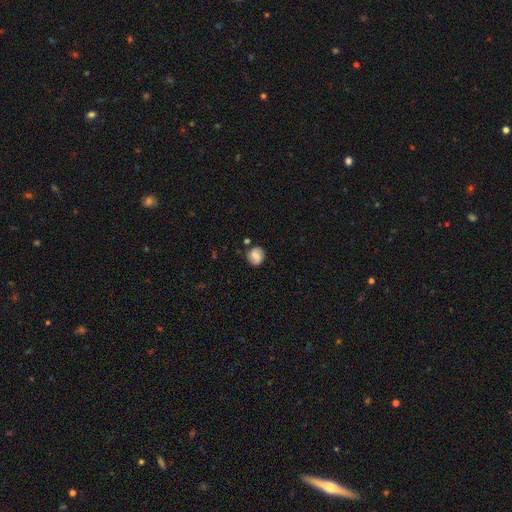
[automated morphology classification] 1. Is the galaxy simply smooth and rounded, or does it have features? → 55% smooth, 35% featured or disk, 9% star or artifact.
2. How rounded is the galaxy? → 82% round, 17% in between, 1% cigar-shaped.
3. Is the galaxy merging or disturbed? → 77% none, 14% minor disturbance, 4% merger, 4% major disturbance.